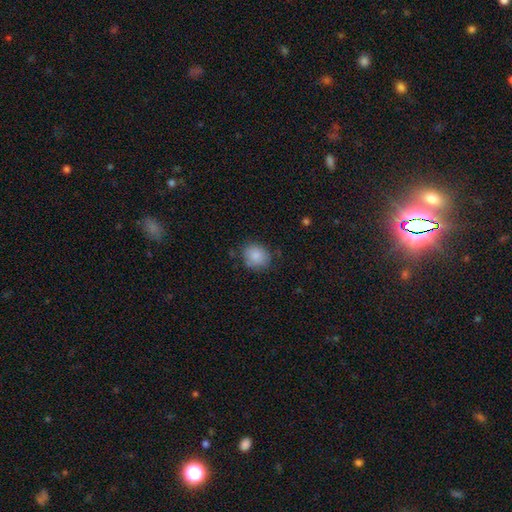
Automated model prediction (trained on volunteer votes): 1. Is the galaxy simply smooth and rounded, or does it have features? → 86% smooth, 8% star or artifact, 6% featured or disk.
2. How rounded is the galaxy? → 67% round, 32% in between, 1% cigar-shaped.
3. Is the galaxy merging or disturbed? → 77% none, 16% minor disturbance, 4% major disturbance, 3% merger.